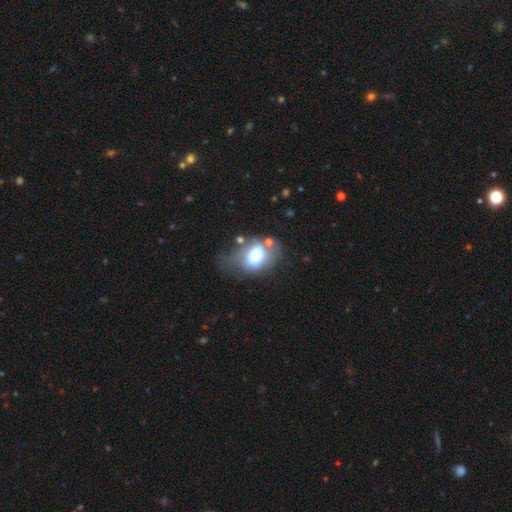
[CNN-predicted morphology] The model was most divided on "merging": none: 36%, minor disturbance: 27%, major disturbance: 24%, merger: 13%. More confident: how rounded — in between (75%); smooth or featured — smooth (65%).